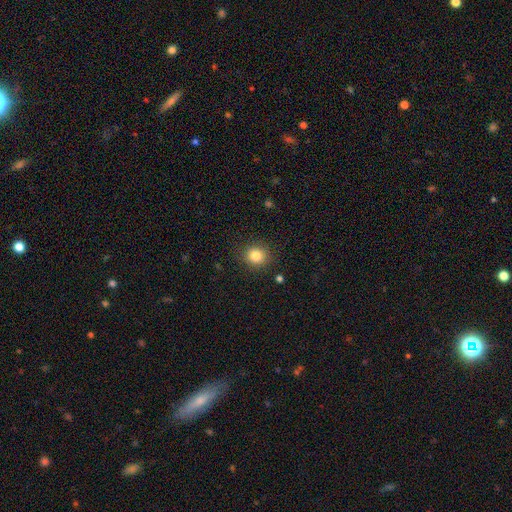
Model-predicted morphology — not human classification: This appears to be a smooth galaxy with no disk features (83%) that is round (85%). Merging: none (89%).